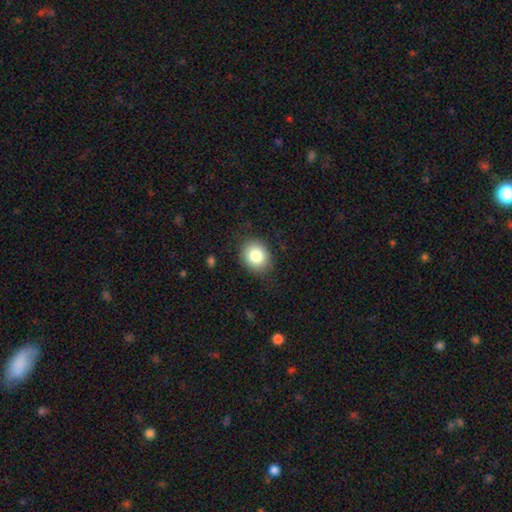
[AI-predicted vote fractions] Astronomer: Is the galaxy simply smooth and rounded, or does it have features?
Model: smooth — 82%.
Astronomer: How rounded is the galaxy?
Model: round — 69%.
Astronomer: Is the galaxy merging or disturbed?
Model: none — 85%.